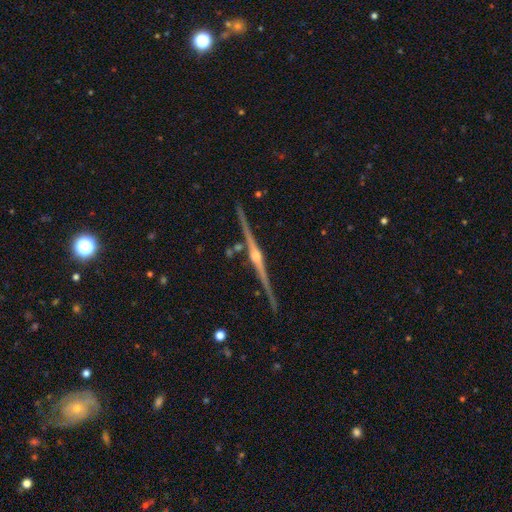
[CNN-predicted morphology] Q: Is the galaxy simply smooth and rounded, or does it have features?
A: featured or disk — 91%.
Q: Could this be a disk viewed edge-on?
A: yes — 99%.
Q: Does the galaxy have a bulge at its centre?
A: rounded — 92%.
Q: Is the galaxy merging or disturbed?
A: none — 90%.